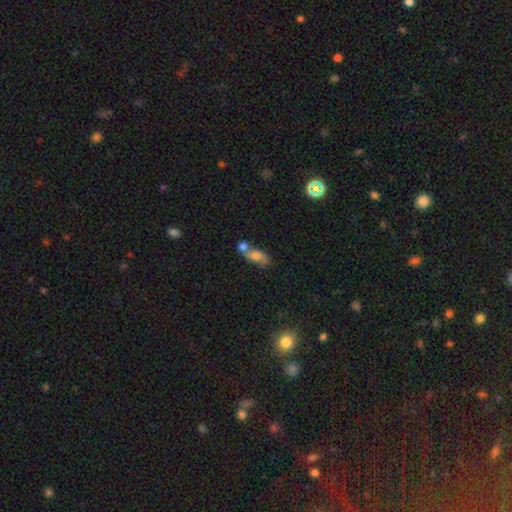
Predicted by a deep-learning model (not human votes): A smooth galaxy with no disk features (62%) that is in between round and cigar-shaped (72%).

Vote fractions:
- Smooth or featured? smooth: 62% / featured or disk: 27% / star or artifact: 10%
- How rounded? in between: 72% / cigar-shaped: 17% / round: 11%
- Merging? merger: 52% / none: 30% / minor disturbance: 12% / major disturbance: 7%